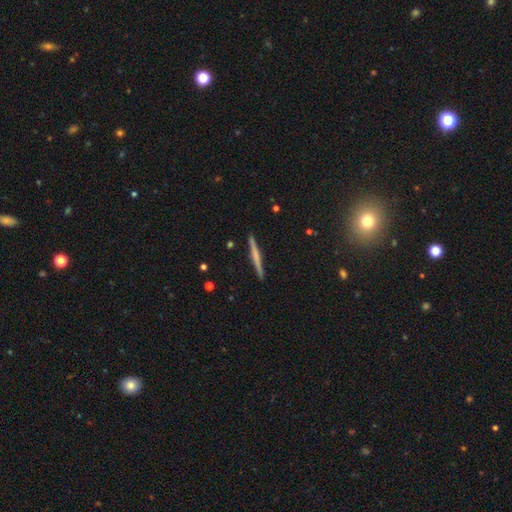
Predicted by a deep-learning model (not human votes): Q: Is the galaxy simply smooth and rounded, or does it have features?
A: featured or disk — 54%.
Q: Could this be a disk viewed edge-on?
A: yes — 98%.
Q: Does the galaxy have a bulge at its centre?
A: none — 55%.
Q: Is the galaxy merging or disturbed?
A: none — 92%.